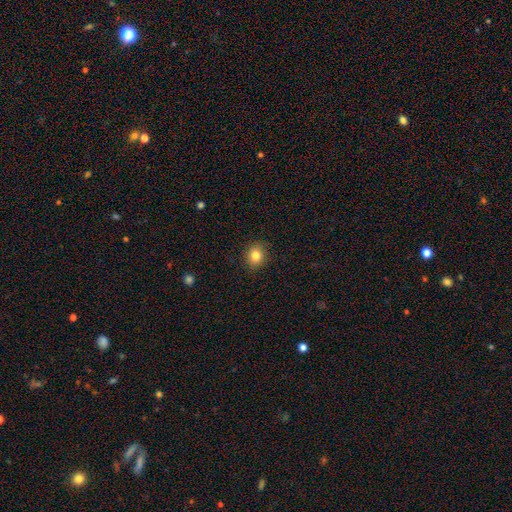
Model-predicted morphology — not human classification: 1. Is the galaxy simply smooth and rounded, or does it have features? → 83% smooth, 10% star or artifact, 7% featured or disk.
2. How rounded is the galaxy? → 72% round, 27% in between, 1% cigar-shaped.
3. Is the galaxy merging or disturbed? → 87% none, 9% minor disturbance, 2% major disturbance, 1% merger.